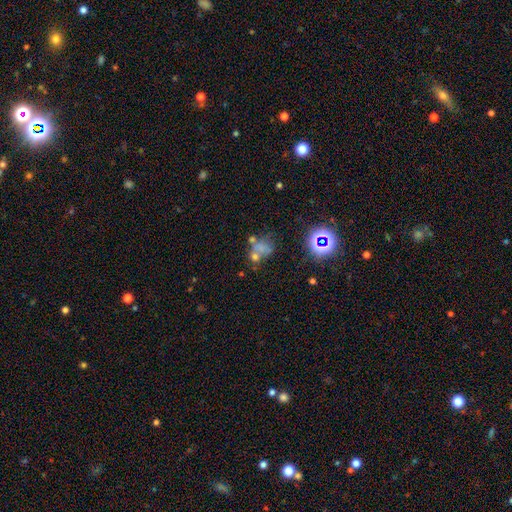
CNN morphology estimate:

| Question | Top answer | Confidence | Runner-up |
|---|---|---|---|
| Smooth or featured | smooth | 43% | star or artifact (35%) |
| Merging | none | 39% | merger (32%) |